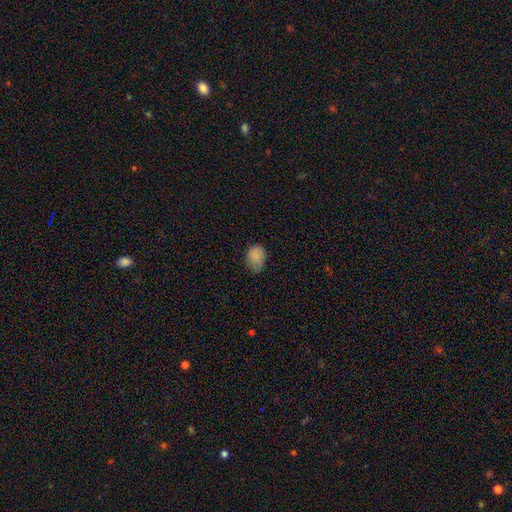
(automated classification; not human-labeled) The model was most divided on "merging": none: 57%, minor disturbance: 34%, major disturbance: 7%, merger: 1%. More confident: smooth or featured — smooth (85%); how rounded — in between (66%).